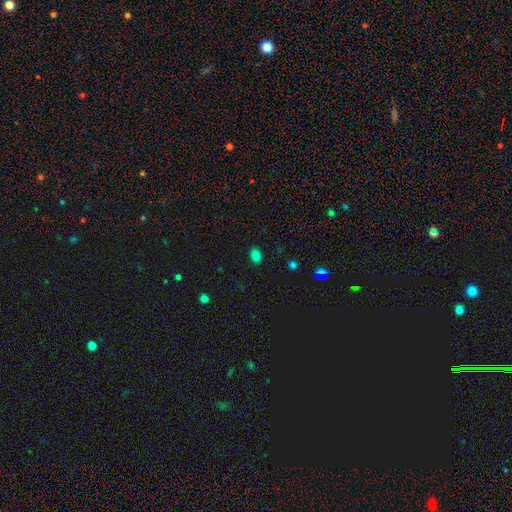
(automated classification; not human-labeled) Overall: smooth (82%). How rounded: in between (78%). Merging: none (88%).